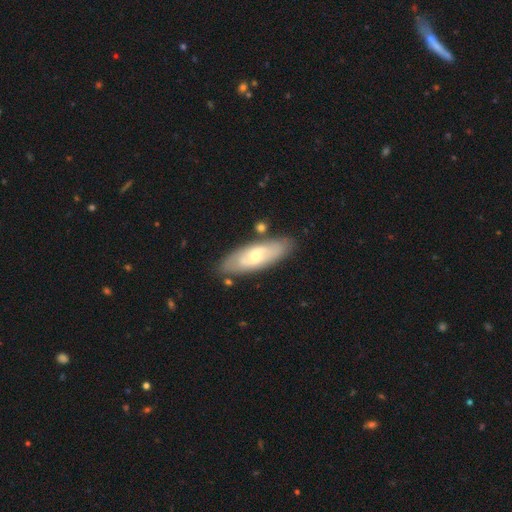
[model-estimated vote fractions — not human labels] Q: Smooth or featured?
A: featured or disk (59%); runner-up: smooth (35%)
Q: Edge-on disk?
A: no (80%); runner-up: yes (20%)
Q: Merging?
A: none (79%); runner-up: minor disturbance (13%)